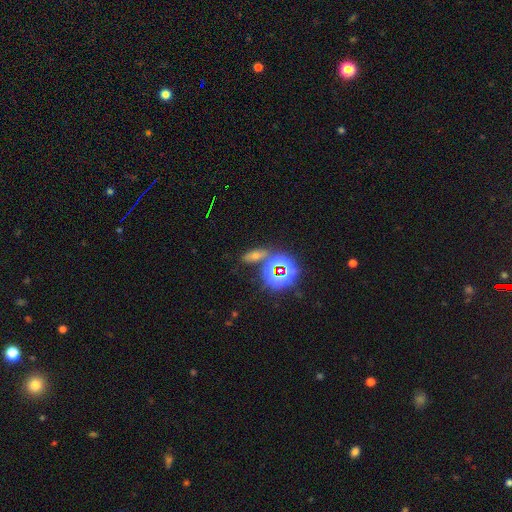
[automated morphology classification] Smooth or featured: star or artifact — 45% (smooth — 39%)